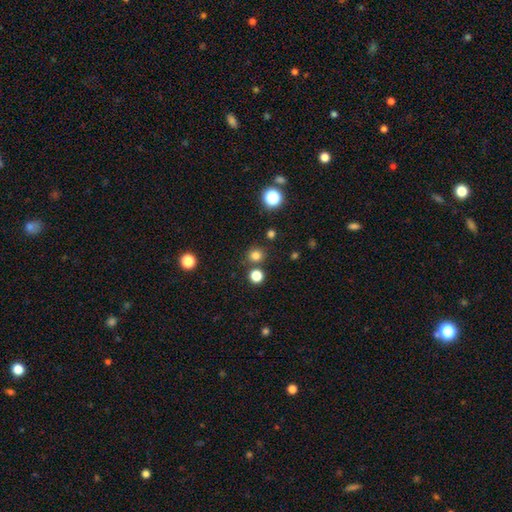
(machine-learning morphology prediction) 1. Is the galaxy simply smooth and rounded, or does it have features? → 78% smooth, 17% star or artifact, 5% featured or disk.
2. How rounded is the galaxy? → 89% round, 10% in between, 1% cigar-shaped.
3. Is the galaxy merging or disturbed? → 82% none, 8% merger, 7% minor disturbance, 3% major disturbance.